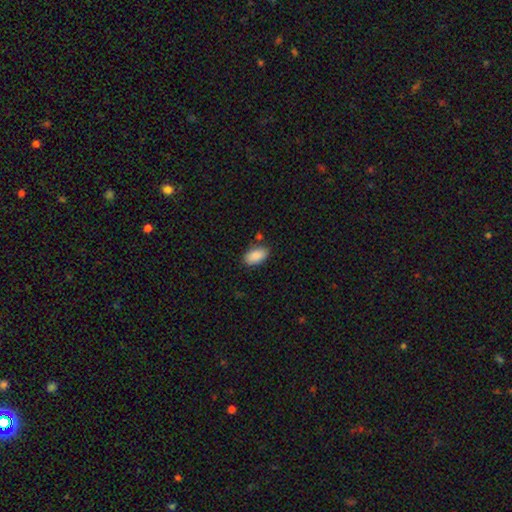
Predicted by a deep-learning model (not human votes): smooth-or-featured: smooth: 88% | star or artifact: 7% | featured or disk: 5%
  how-rounded: in between: 94% | round: 3% | cigar-shaped: 2%
  merging: none: 80% | minor disturbance: 13% | merger: 4% | major disturbance: 3%